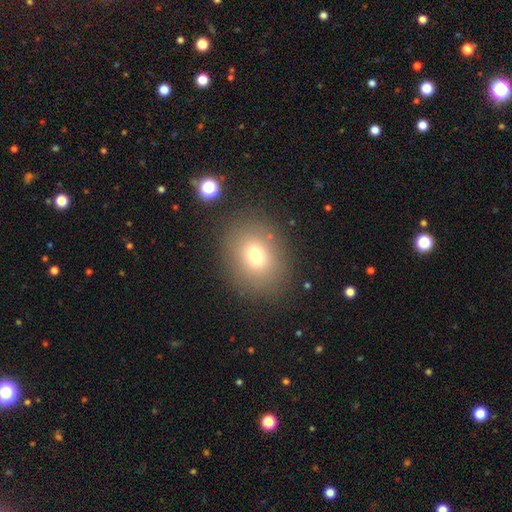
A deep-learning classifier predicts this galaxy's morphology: smooth-or-featured: smooth: 73% | star or artifact: 15% | featured or disk: 12%
  how-rounded: in between: 51% | round: 48% | cigar-shaped: 1%
  merging: none: 84% | minor disturbance: 9% | major disturbance: 5% | merger: 3%